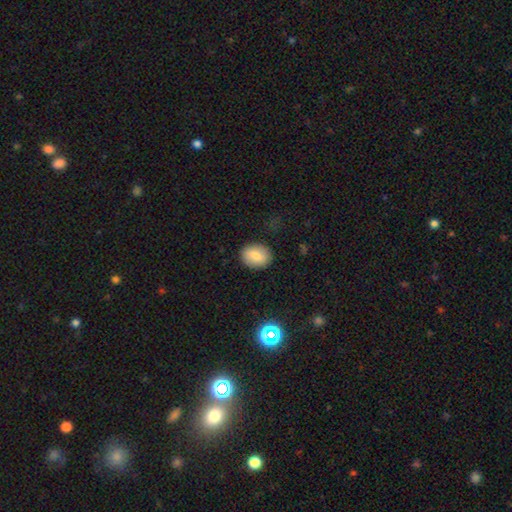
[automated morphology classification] Smooth or featured?
  - smooth: 83% *
  - featured or disk: 9%
  - star or artifact: 8%
How rounded?
  - in between: 59% *
  - round: 40%
  - cigar-shaped: 1%
Merging?
  - none: 88% *
  - minor disturbance: 9%
  - major disturbance: 2%
  - merger: 1%